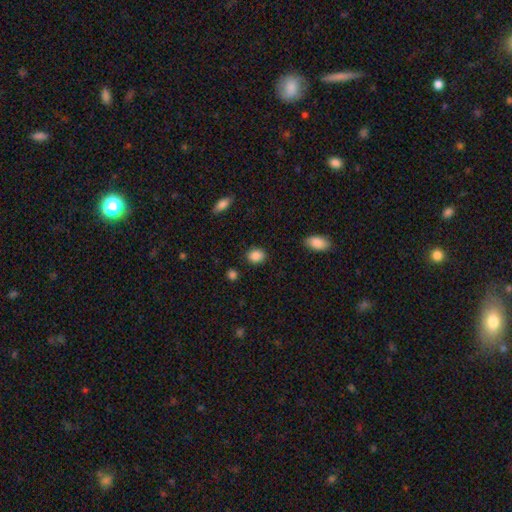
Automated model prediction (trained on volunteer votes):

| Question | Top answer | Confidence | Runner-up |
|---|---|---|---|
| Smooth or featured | smooth | 87% | star or artifact (9%) |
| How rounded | round | 56% | in between (43%) |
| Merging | none | 87% | minor disturbance (9%) |